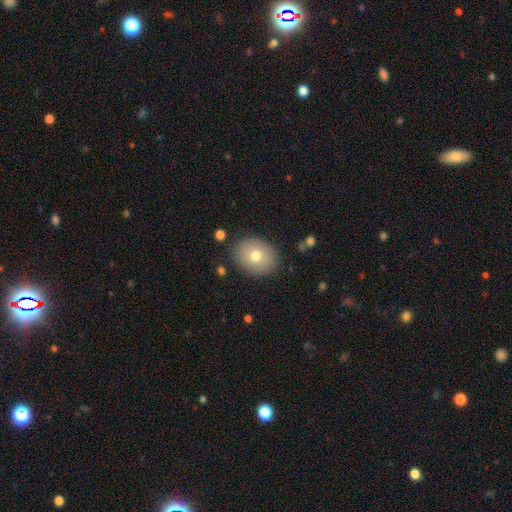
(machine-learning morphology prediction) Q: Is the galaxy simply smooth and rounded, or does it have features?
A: smooth — 72%.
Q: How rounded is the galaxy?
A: in between — 54%.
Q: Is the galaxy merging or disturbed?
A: none — 86%.